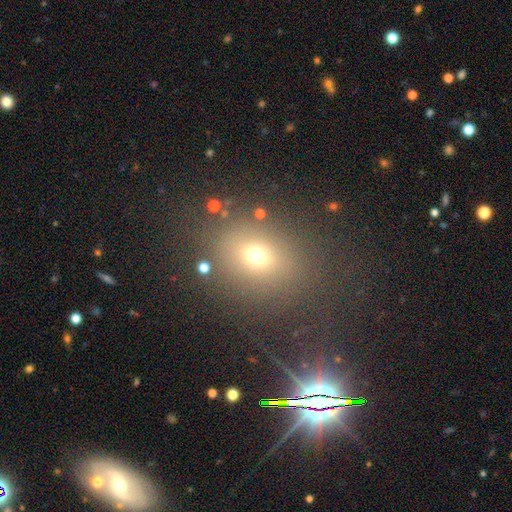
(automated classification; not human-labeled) smooth-or-featured: smooth: 60% | star or artifact: 29% | featured or disk: 12%
  how-rounded: round: 53% | in between: 45% | cigar-shaped: 2%
  merging: none: 81% | minor disturbance: 10% | major disturbance: 5% | merger: 4%